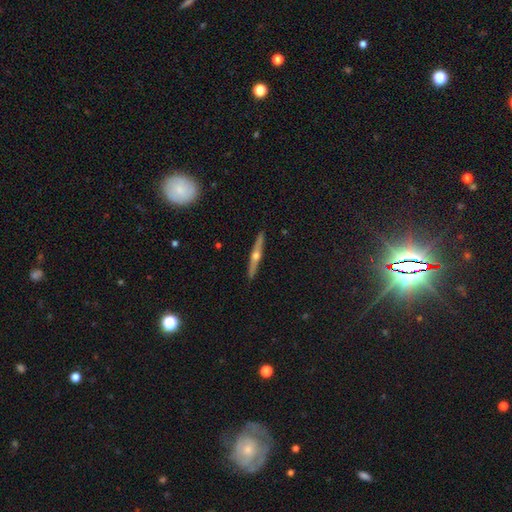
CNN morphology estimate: Smooth or featured?
  - featured or disk: 76% *
  - smooth: 18%
  - star or artifact: 6%
Edge-on disk?
  - yes: 98% *
  - no: 2%
Edge-on bulge?
  - rounded: 93% *
  - none: 4%
  - boxy: 2%
Merging?
  - none: 92% *
  - minor disturbance: 6%
  - major disturbance: 1%
  - merger: 1%